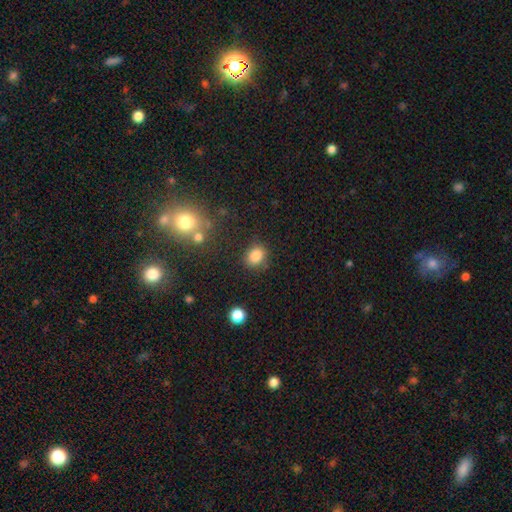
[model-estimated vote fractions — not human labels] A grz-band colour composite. It shows a smooth galaxy with no disk features (84%) that is round (50%). Merging: none (78%).